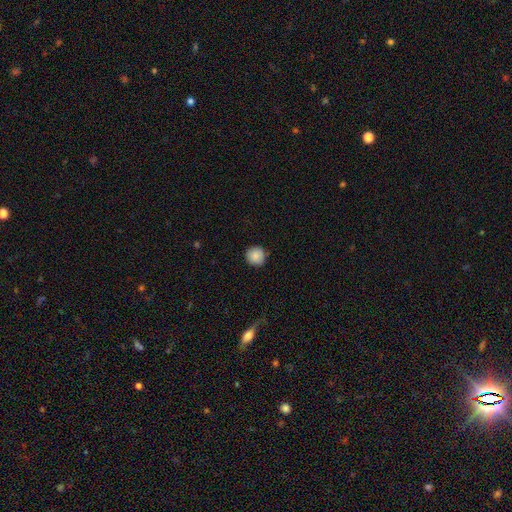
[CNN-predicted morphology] A smooth galaxy with no disk features (86%) that is round (94%).

Vote fractions:
- Smooth or featured? smooth: 86% / star or artifact: 8% / featured or disk: 6%
- How rounded? round: 94% / in between: 5% / cigar-shaped: 1%
- Merging? none: 87% / minor disturbance: 10% / major disturbance: 2% / merger: 1%